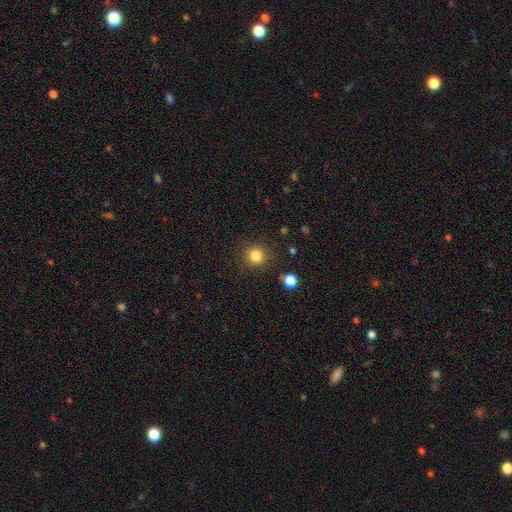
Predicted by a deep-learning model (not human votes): Smooth or featured: smooth — 83% (star or artifact — 12%)
How rounded: round — 93% (in between — 6%)
Merging: none — 88% (minor disturbance — 7%)